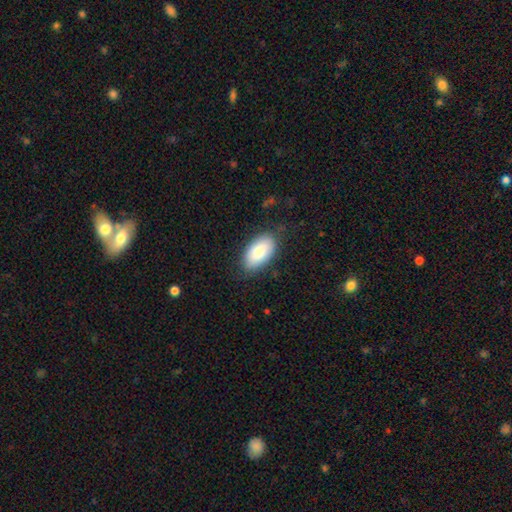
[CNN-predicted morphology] A smooth galaxy with no disk features (83%) that is in between round and cigar-shaped (95%). Merging: none (79%).